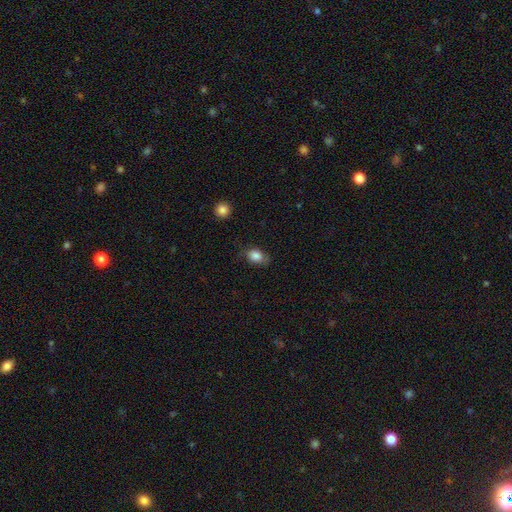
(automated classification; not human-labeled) Smooth or featured? Predicted: smooth (p=0.84). How rounded? Predicted: in between (p=0.73). Merging? Predicted: none (p=0.71).